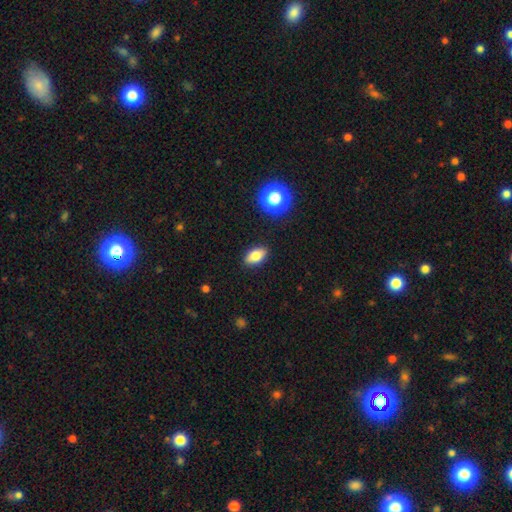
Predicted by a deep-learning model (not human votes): Smooth or featured?
  - smooth: 78% *
  - featured or disk: 13%
  - star or artifact: 9%
How rounded?
  - in between: 87% *
  - round: 7%
  - cigar-shaped: 6%
Merging?
  - none: 88% *
  - minor disturbance: 9%
  - major disturbance: 2%
  - merger: 1%